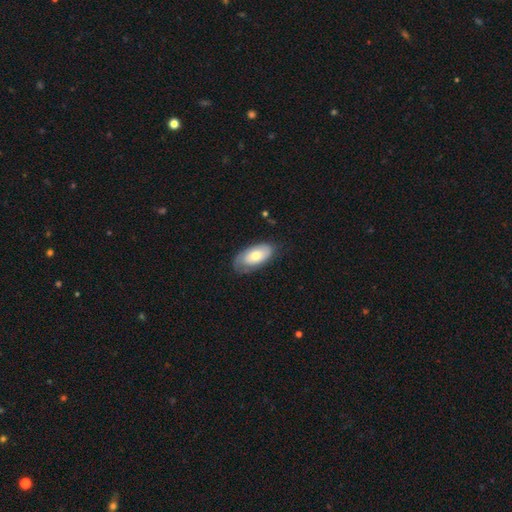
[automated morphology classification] Smooth or featured? Predicted: smooth (p=0.61). How rounded? Predicted: in between (p=0.94). Merging? Predicted: none (p=0.69).